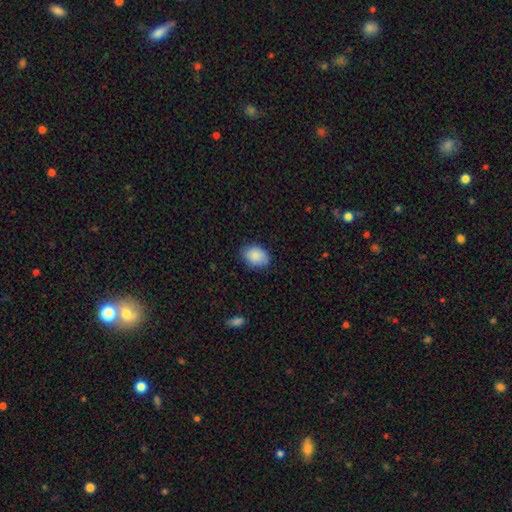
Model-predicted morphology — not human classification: This is clearly a smooth galaxy (87%). How rounded: likely in between (74%). Merging: clearly none (83%).